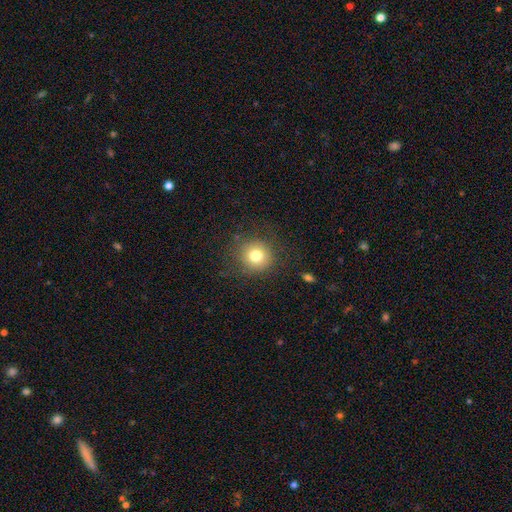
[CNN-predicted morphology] This is likely a smooth galaxy (78%). How rounded: clearly round (92%). Merging: clearly none (82%).